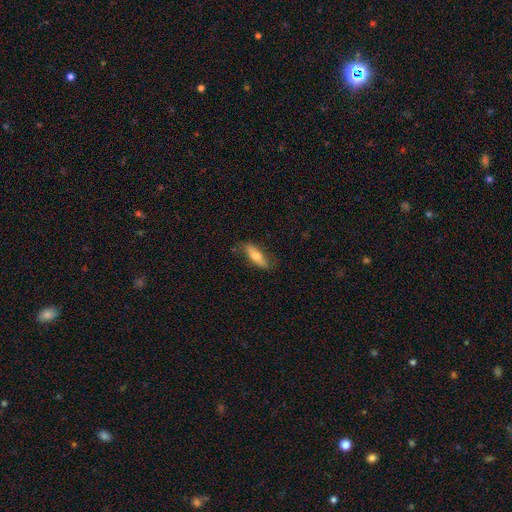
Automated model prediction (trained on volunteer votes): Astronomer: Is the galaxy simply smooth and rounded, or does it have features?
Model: smooth — 63%.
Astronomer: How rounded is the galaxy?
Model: cigar-shaped — 58% (runner-up: in between, 40%).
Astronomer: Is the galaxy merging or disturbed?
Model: none — 78%.